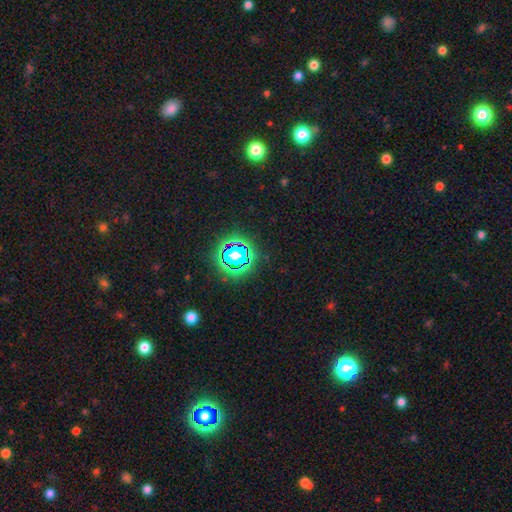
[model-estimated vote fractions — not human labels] Smooth or featured?
  - star or artifact: 77% *
  - smooth: 16%
  - featured or disk: 7%